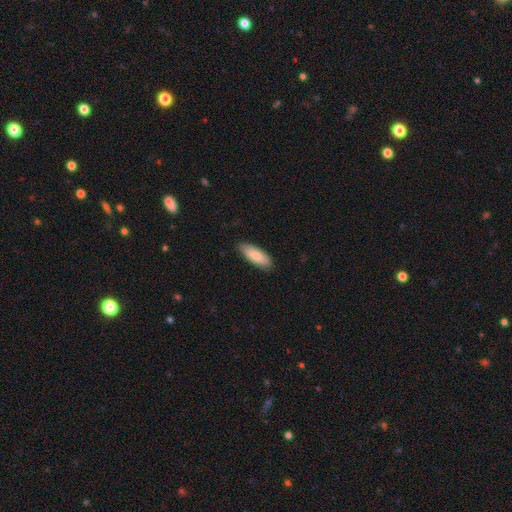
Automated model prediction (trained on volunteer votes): The model was most divided on "how rounded": in between: 69%, cigar-shaped: 29%, round: 2%. More confident: merging — none (84%); smooth or featured — smooth (81%).